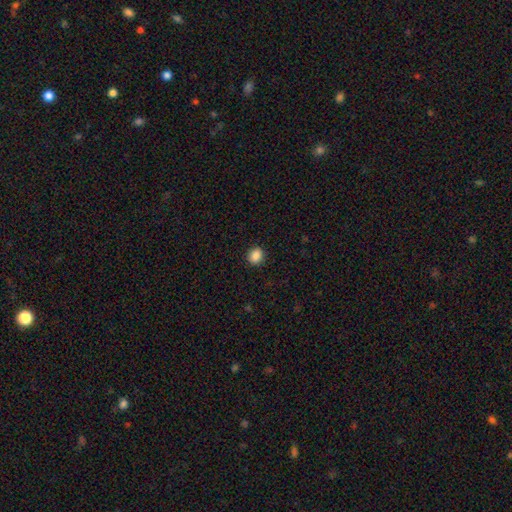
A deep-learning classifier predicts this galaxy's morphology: Smooth or featured? Predicted: smooth (p=0.88). How rounded? Predicted: round (p=0.77). Merging? Predicted: none (p=0.92).